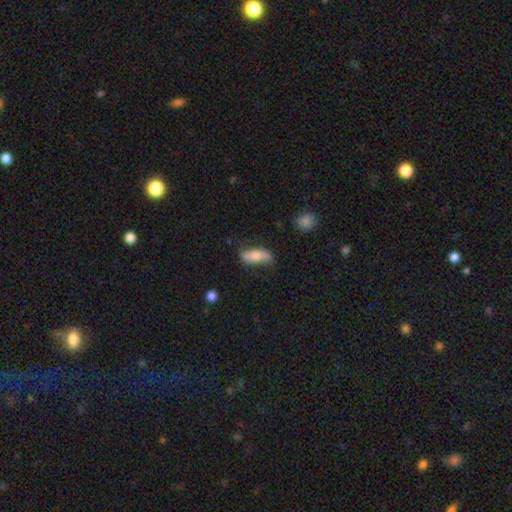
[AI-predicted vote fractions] Morphology: type=smooth (60%); roundness=in between (61%); merging=none (68%).